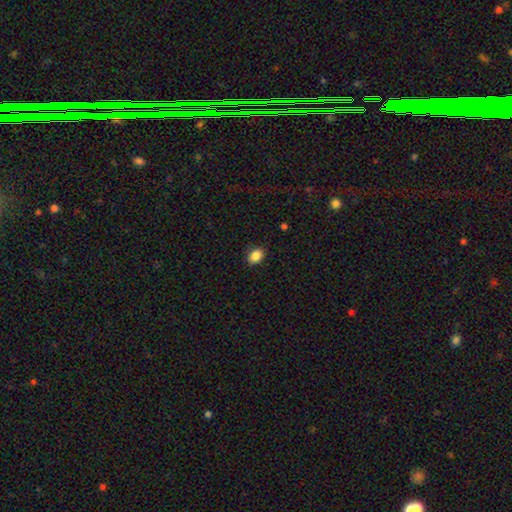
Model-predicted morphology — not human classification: A smooth galaxy with no disk features (87%) that is in between round and cigar-shaped (67%).

Vote fractions:
- Smooth or featured? smooth: 87% / star or artifact: 9% / featured or disk: 4%
- How rounded? in between: 67% / round: 32% / cigar-shaped: 1%
- Merging? none: 88% / minor disturbance: 9% / major disturbance: 2% / merger: 1%